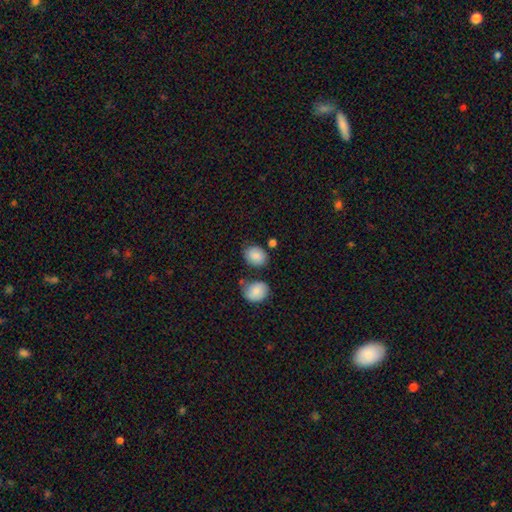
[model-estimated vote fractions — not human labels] Morphology: type=smooth (84%); roundness=in between (53%); merging=none (70%).